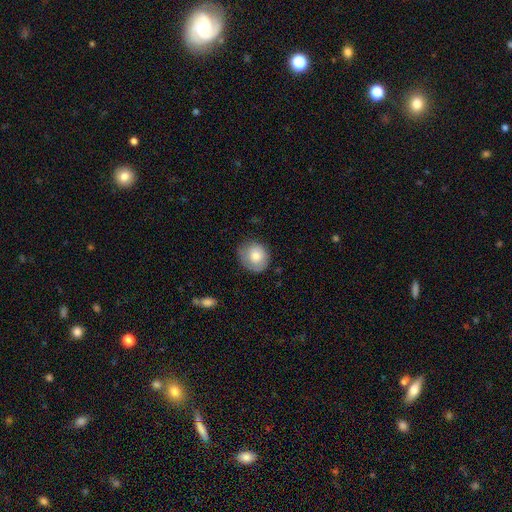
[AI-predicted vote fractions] Morphology: type=smooth (72%); roundness=round (81%); merging=none (66%).